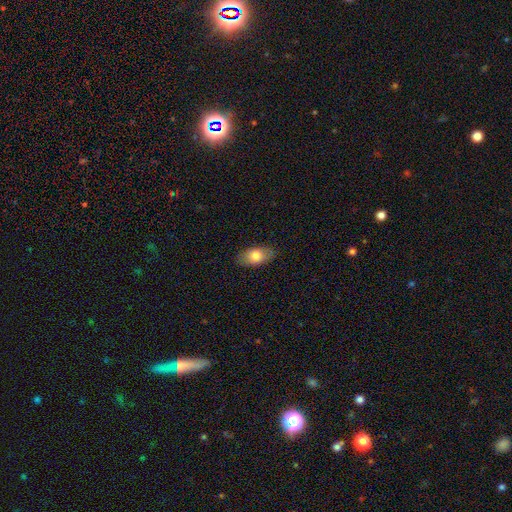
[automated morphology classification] This appears to be a smooth galaxy with no disk features (77%) that is in between round and cigar-shaped (90%). Merging: none (85%).